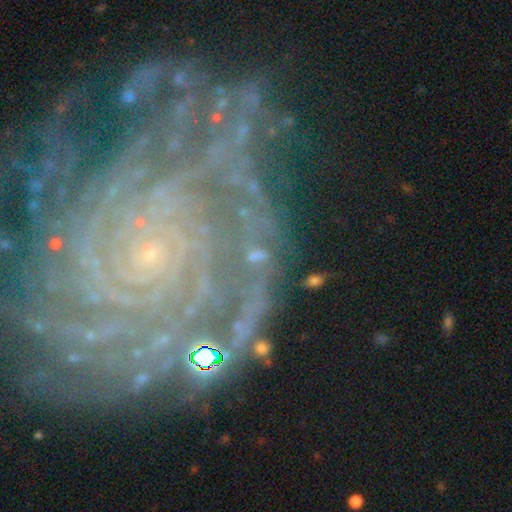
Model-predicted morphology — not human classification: The model was most divided on "spiral arm count": more than 4: 22%, can't tell: 20%, 3: 16%, 4: 16%, 2: 16%, 1: 10%. More confident: spiral arms — yes (97%); edge-on disk — no (96%); spiral winding — tight (82%); smooth or featured — featured or disk (80%); bulge size — small (77%); bar — no (70%); merging — none (69%).